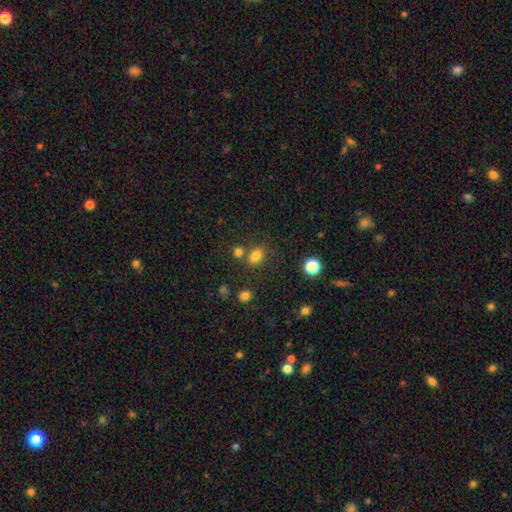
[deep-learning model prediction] Smooth or featured? smooth (79%)
How rounded? in between (74%)
Merging? none (65%)